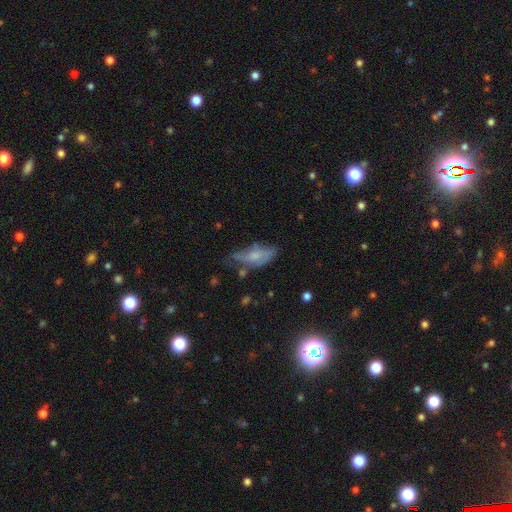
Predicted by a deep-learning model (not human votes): Smooth or featured: smooth — 50% (featured or disk — 40%)
Merging: none — 39% (minor disturbance — 34%)